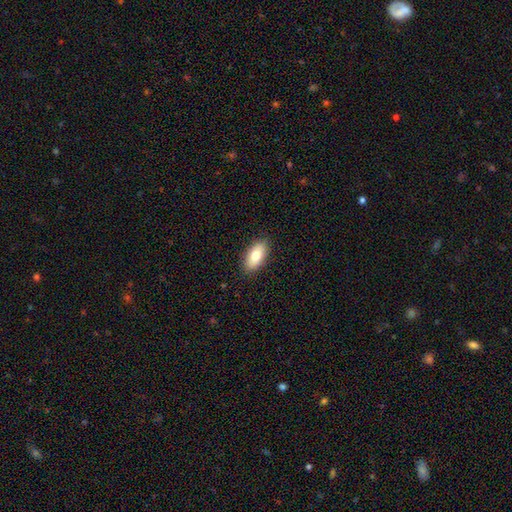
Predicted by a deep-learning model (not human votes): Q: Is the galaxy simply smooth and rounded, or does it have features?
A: smooth — 80%.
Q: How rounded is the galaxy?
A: in between — 88%.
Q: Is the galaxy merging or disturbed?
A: none — 88%.